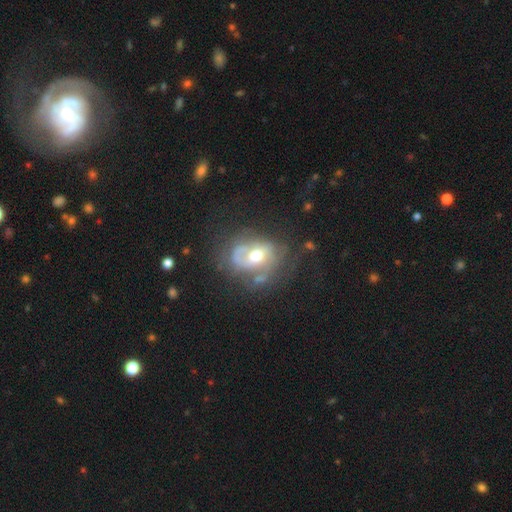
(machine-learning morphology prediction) Q: Smooth or featured?
A: featured or disk (62%); runner-up: smooth (29%)
Q: Edge-on disk?
A: no (96%); runner-up: yes (4%)
Q: Bar?
A: no (63%); runner-up: weak (28%)
Q: Spiral arms?
A: yes (53%); runner-up: no (47%)
Q: Bulge size?
A: moderate (71%); runner-up: small (14%)
Q: Merging?
A: none (42%); runner-up: major disturbance (27%)